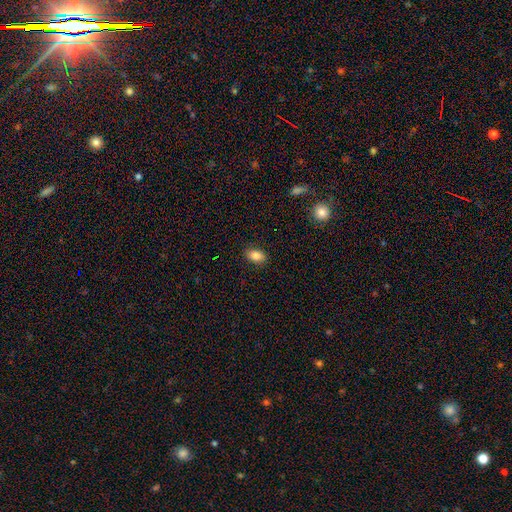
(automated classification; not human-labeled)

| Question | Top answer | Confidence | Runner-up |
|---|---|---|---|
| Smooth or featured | smooth | 84% | star or artifact (8%) |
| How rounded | in between | 86% | round (12%) |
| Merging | none | 89% | minor disturbance (8%) |